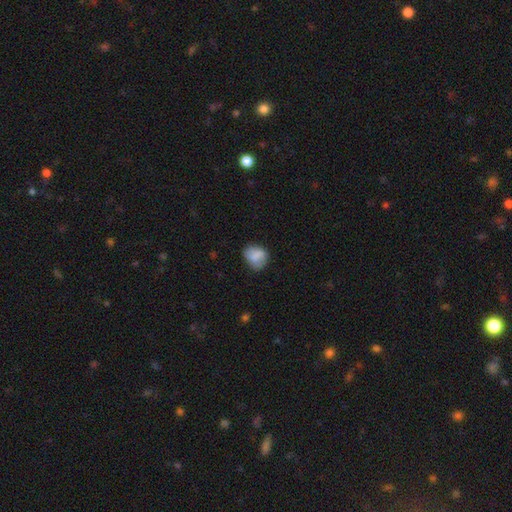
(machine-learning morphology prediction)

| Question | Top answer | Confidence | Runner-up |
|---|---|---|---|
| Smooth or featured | smooth | 78% | featured or disk (14%) |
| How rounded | round | 59% | in between (40%) |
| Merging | none | 61% | minor disturbance (28%) |